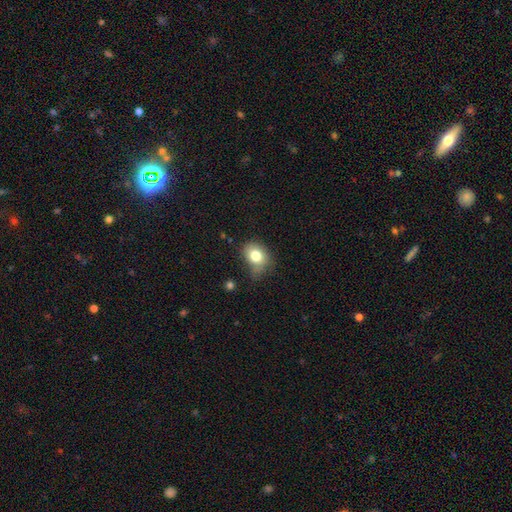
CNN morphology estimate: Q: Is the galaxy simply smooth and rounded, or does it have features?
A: smooth — 77%.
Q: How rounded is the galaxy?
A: in between — 53%.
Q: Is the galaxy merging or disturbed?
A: none — 51%.